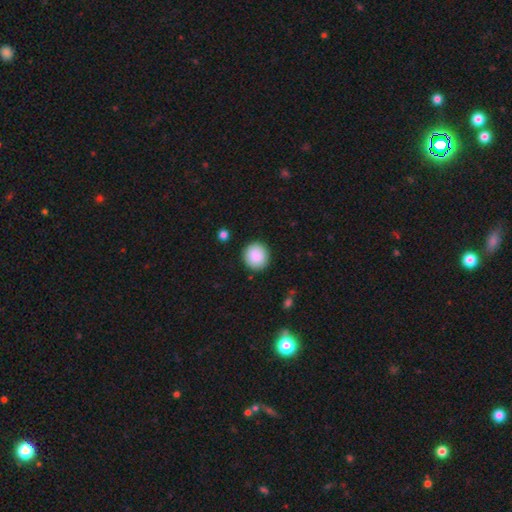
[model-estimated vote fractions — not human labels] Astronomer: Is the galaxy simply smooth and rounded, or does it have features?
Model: smooth — 88%.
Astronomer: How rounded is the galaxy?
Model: round — 92%.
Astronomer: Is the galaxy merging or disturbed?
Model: none — 90%.